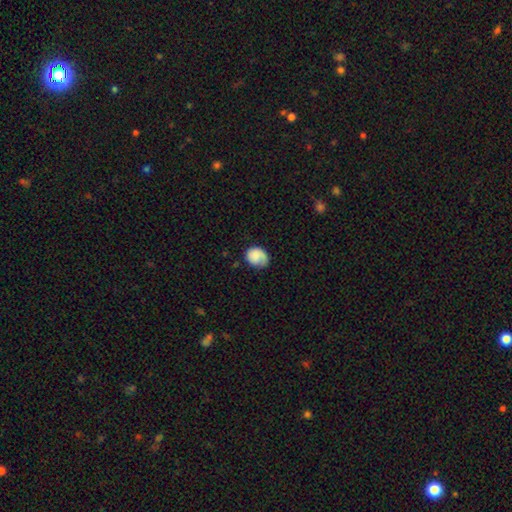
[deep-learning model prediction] This appears to be a smooth galaxy with no disk features (73%) that is round (55%). Merging: none (54%).